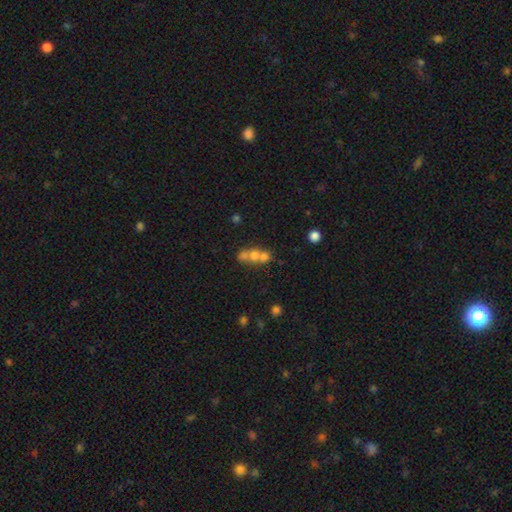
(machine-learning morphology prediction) Smooth or featured? smooth (58%)
How rounded? round (66%)
Merging? merger (62%)